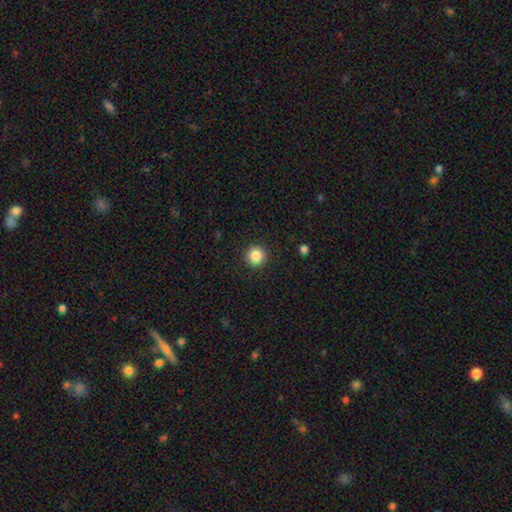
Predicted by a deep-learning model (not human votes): Smooth or featured: smooth — 86% (star or artifact — 10%)
How rounded: round — 95% (in between — 4%)
Merging: none — 92% (minor disturbance — 5%)